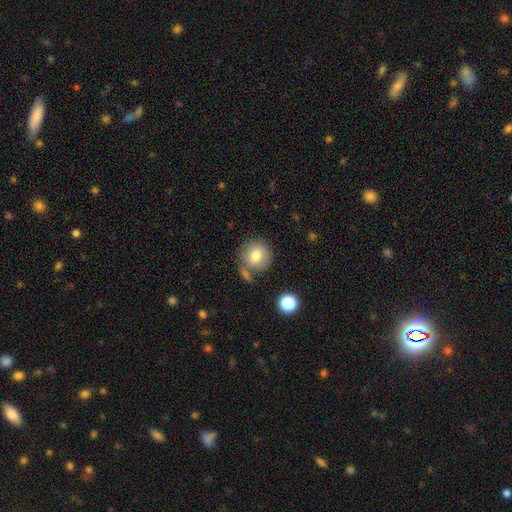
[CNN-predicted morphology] Smooth or featured? smooth (78%)
How rounded? round (86%)
Merging? none (65%)